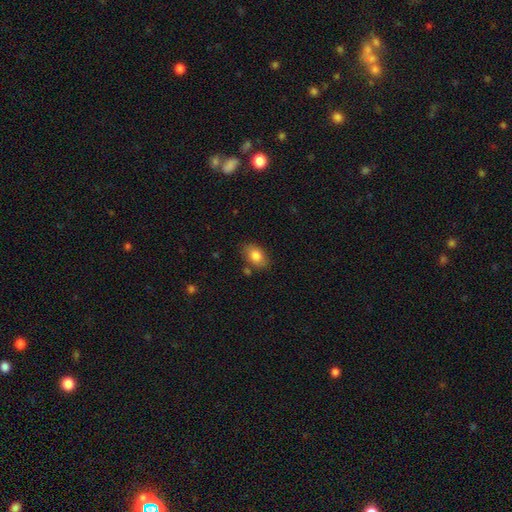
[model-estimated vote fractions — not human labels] Smooth or featured? smooth (82%)
How rounded? in between (85%)
Merging? none (77%)